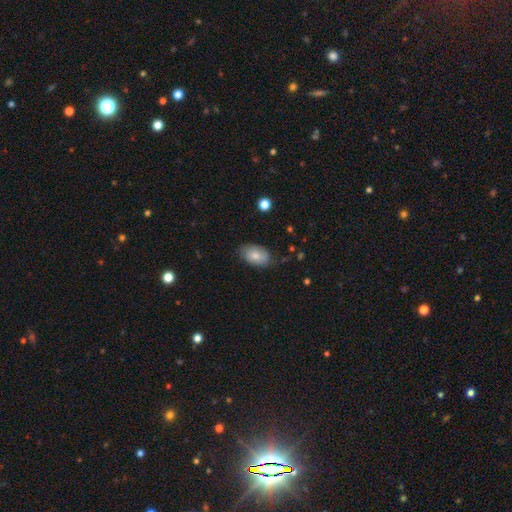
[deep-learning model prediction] The model was most divided on "merging": none: 74%, minor disturbance: 20%, major disturbance: 4%, merger: 1%. More confident: how rounded — in between (91%); smooth or featured — smooth (78%).